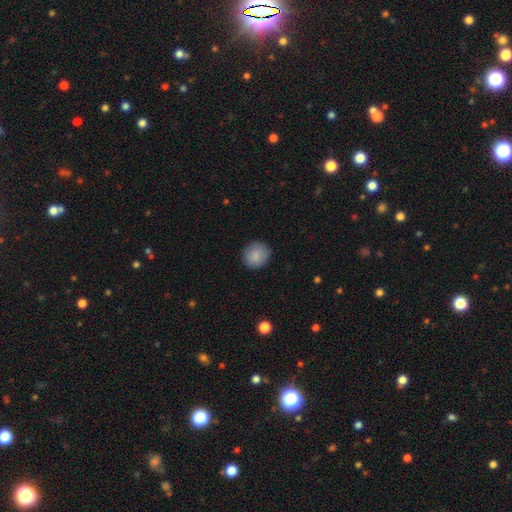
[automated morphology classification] Overall: smooth (88%). How rounded: round (86%). Merging: none (87%).